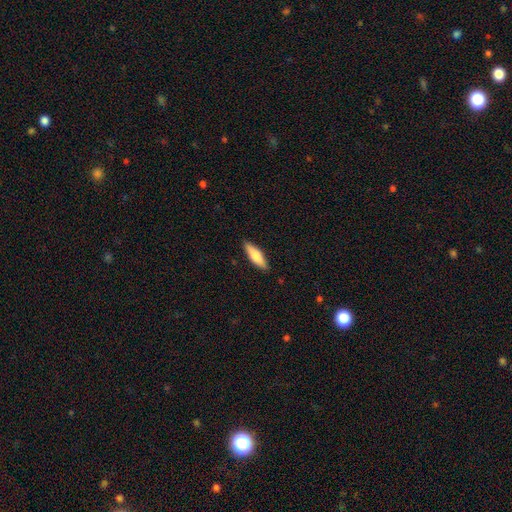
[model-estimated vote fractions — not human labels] smooth 77%, featured or disk 17%, star or artifact 5%. Down the decision tree: how rounded — cigar-shaped (54%); merging — none (88%).